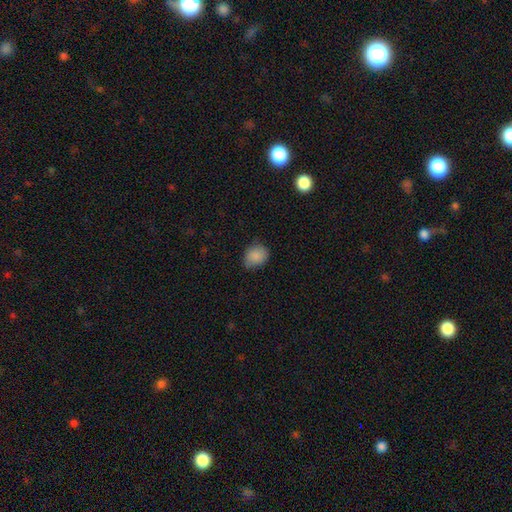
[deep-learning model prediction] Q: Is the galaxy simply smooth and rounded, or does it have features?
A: smooth — 86%.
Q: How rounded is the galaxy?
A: round — 57%.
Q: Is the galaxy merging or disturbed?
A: none — 71%.